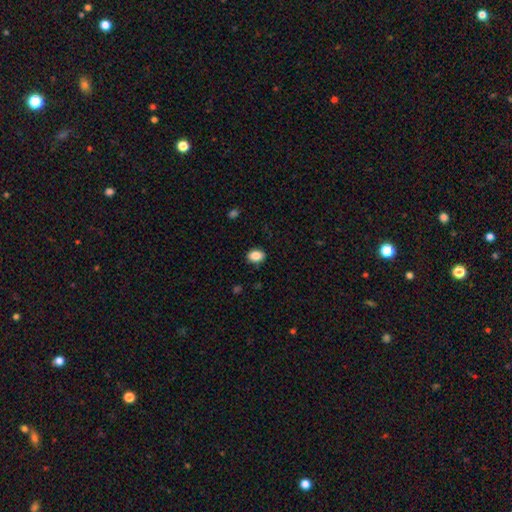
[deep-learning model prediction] Overall: smooth (87%). How rounded: in between (70%). Merging: none (88%).